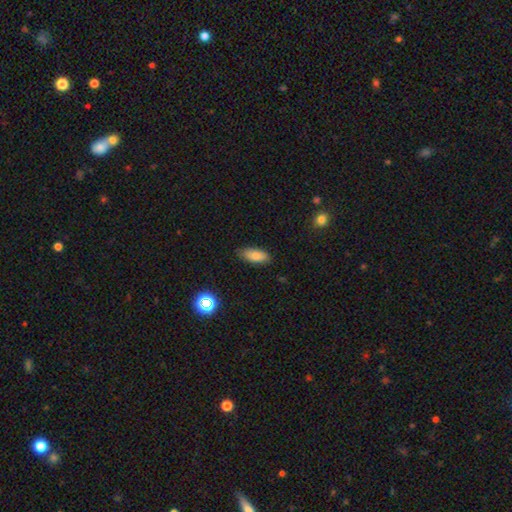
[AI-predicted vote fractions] Smooth or featured? smooth (83%)
How rounded? in between (82%)
Merging? none (83%)